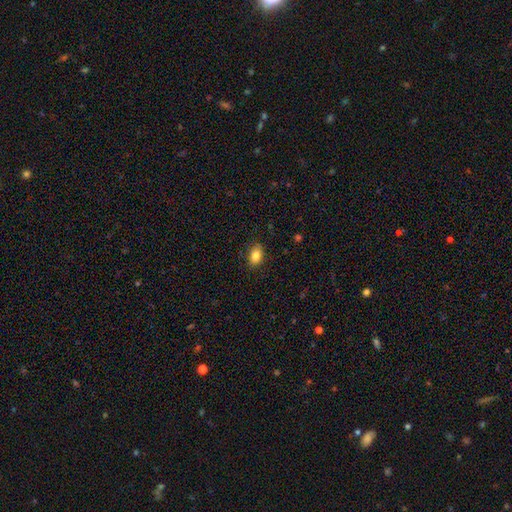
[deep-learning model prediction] Morphology: type=smooth (83%); roundness=in between (84%); merging=none (85%).